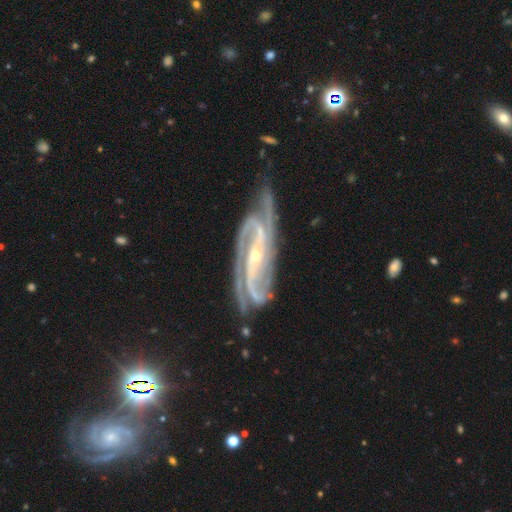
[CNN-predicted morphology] This appears to be a featured or disk galaxy (93%) with a strong bar (43%), 2 (34%) medium (45%) spiral arms (99%) and a small central bulge (73%). Merging: none (67%).